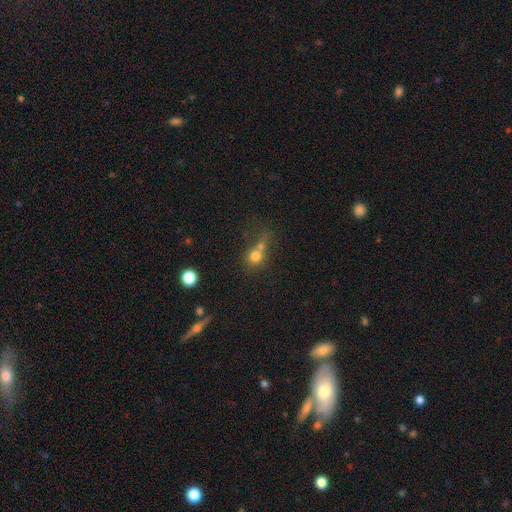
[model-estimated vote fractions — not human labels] A smooth galaxy with no disk features (72%) that is round (82%).

Vote fractions:
- Smooth or featured? smooth: 72% / star or artifact: 14% / featured or disk: 14%
- How rounded? round: 82% / in between: 16% / cigar-shaped: 1%
- Merging? merger: 51% / none: 33% / minor disturbance: 9% / major disturbance: 8%